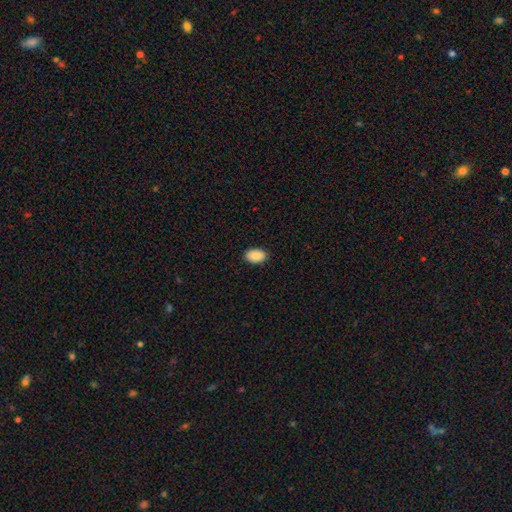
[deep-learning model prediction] Smooth or featured: smooth — 90% (star or artifact — 7%)
How rounded: in between — 89% (round — 10%)
Merging: none — 89% (minor disturbance — 8%)